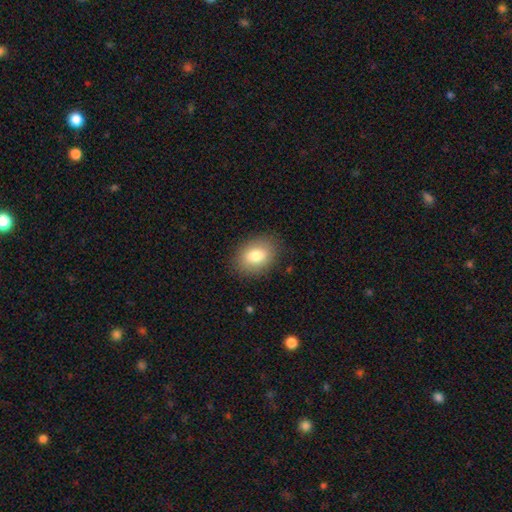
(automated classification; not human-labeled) The model was most divided on "how rounded": in between: 75%, round: 24%, cigar-shaped: 1%. More confident: merging — none (85%); smooth or featured — smooth (81%).